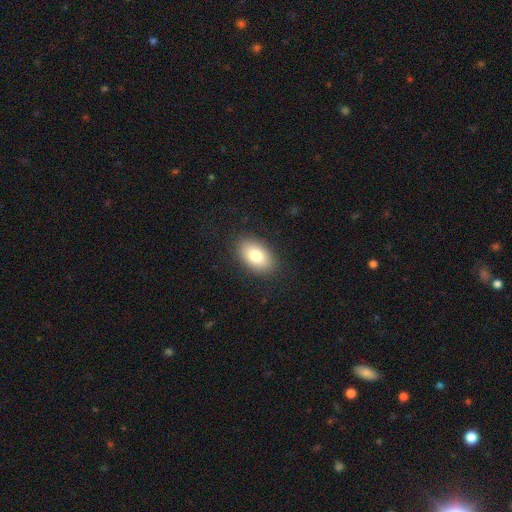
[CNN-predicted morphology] A smooth galaxy with no disk features (81%) that is in between round and cigar-shaped (92%). Merging: none (87%).